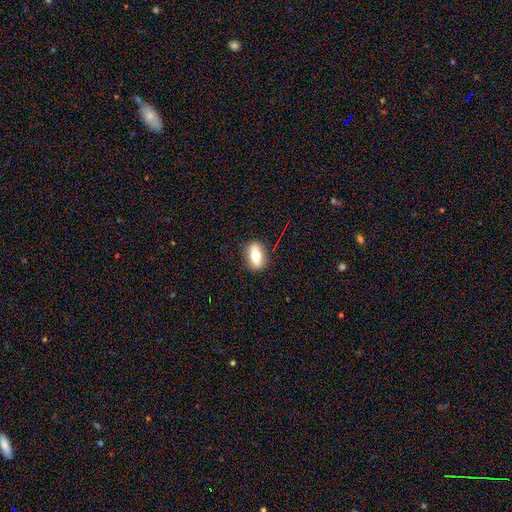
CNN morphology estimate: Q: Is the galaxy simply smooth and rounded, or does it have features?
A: smooth — 60%.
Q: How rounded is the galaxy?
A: in between — 74%.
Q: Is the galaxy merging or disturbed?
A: none — 85%.